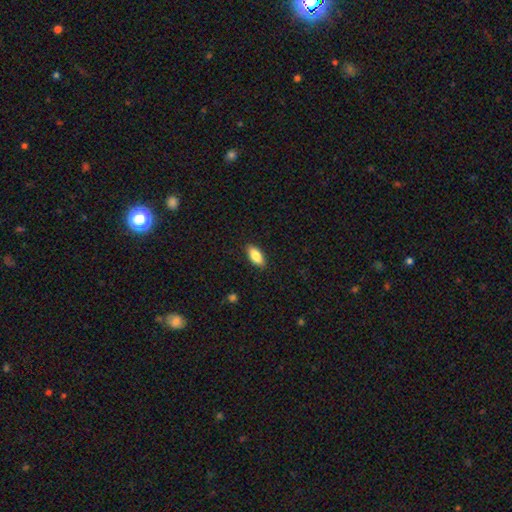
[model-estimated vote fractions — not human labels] Q: Smooth or featured?
A: smooth (82%); runner-up: featured or disk (11%)
Q: How rounded?
A: in between (84%); runner-up: cigar-shaped (13%)
Q: Merging?
A: none (88%); runner-up: minor disturbance (9%)